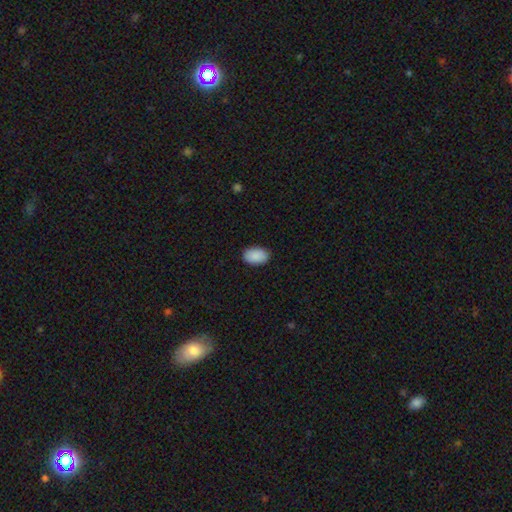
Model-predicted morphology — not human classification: type=smooth (90%); roundness=in between (90%); merging=none (88%).